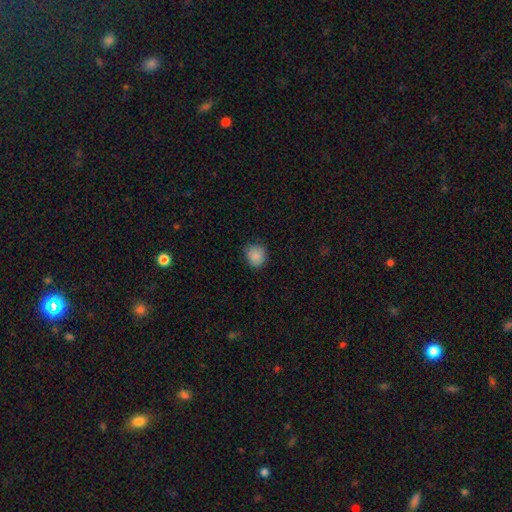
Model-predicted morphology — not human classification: The model was most divided on "merging": none: 79%, minor disturbance: 17%, major disturbance: 3%, merger: 1%. More confident: smooth or featured — smooth (86%); how rounded — round (81%).